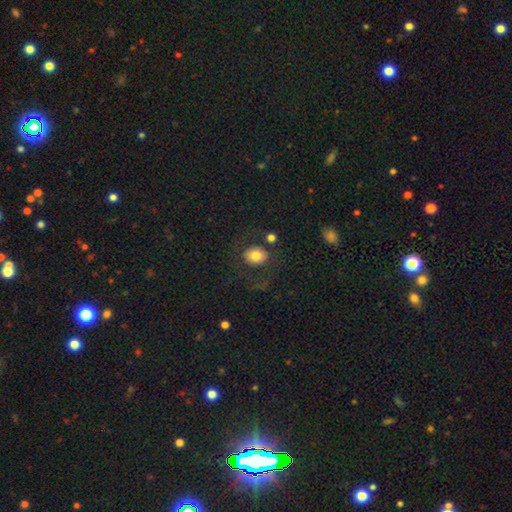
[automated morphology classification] The model was most divided on "how rounded": round: 62%, in between: 37%, cigar-shaped: 1%. More confident: smooth or featured — smooth (77%); merging — none (73%).